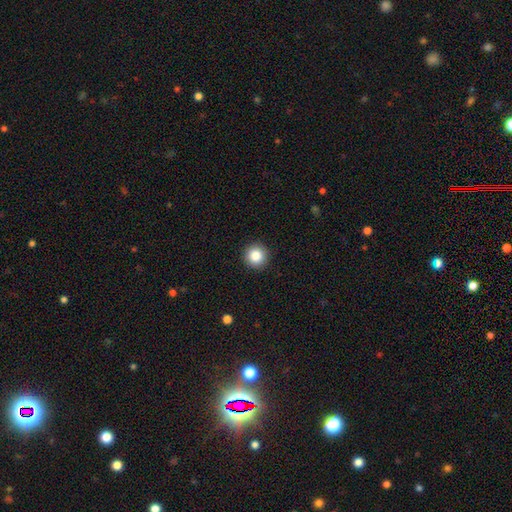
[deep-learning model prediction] Smooth or featured? smooth (86%)
How rounded? round (95%)
Merging? none (92%)